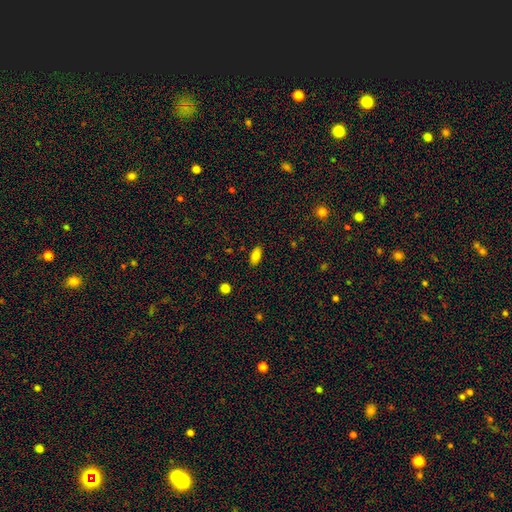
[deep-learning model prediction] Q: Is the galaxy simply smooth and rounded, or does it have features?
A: smooth — 85%.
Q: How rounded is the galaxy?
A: in between — 90%.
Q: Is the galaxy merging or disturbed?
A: none — 86%.